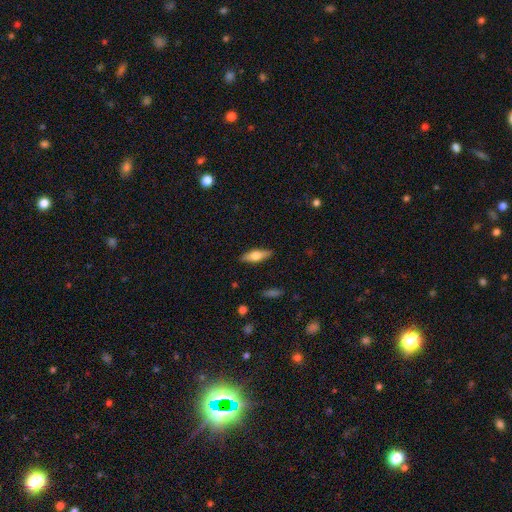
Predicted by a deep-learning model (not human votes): A smooth galaxy with no disk features (60%) that is in between round and cigar-shaped (51%).

Vote fractions:
- Smooth or featured? smooth: 60% / featured or disk: 34% / star or artifact: 6%
- How rounded? in between: 51% / cigar-shaped: 46% / round: 2%
- Merging? none: 88% / minor disturbance: 9% / major disturbance: 2% / merger: 1%